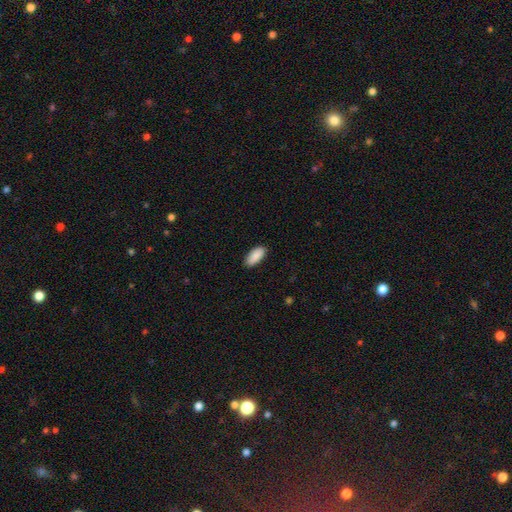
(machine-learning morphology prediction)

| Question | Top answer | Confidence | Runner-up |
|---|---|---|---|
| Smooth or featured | smooth | 89% | star or artifact (6%) |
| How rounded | in between | 86% | cigar-shaped (12%) |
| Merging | none | 88% | minor disturbance (10%) |